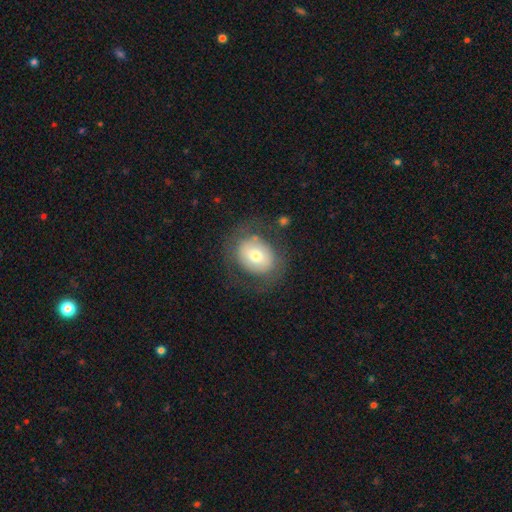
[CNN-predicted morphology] type=smooth (63%); roundness=in between (51%); merging=none (70%).